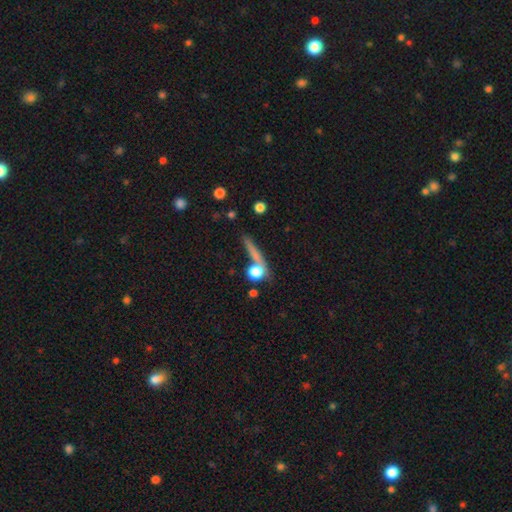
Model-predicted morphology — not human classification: Smooth or featured? Predicted: smooth (p=0.59). How rounded? Predicted: cigar-shaped (p=0.57). Merging? Predicted: none (p=0.59).